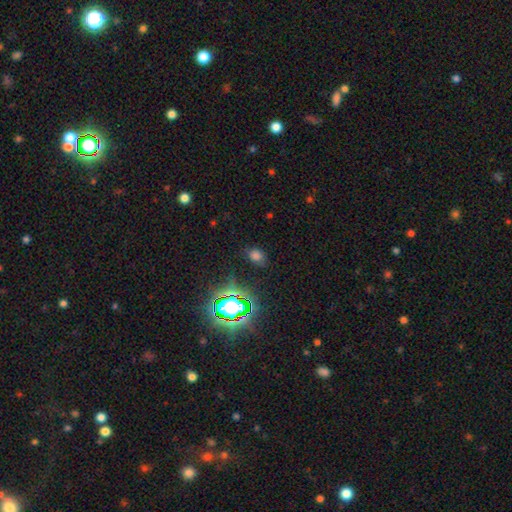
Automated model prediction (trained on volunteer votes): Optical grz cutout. It shows a smooth galaxy with no disk features (61%) that is in between round and cigar-shaped (63%). Merging: none (76%).